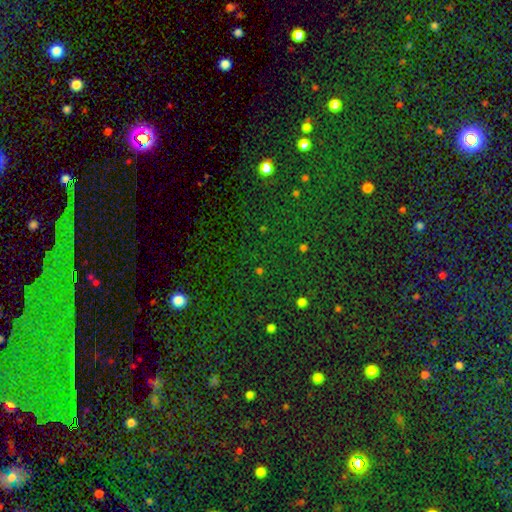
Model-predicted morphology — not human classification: Smooth or featured: star or artifact — 76% (smooth — 15%)